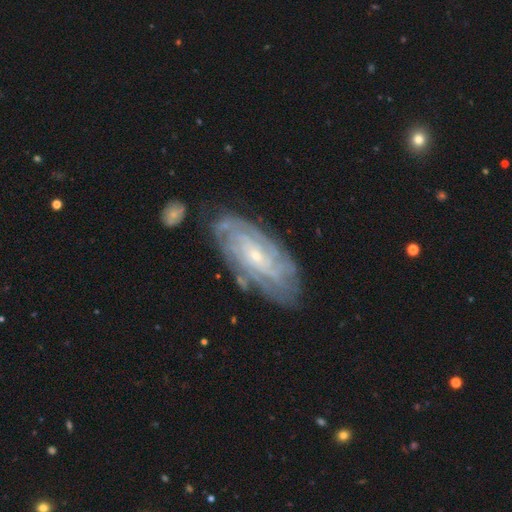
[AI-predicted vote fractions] Smooth or featured?
  - featured or disk: 84% *
  - smooth: 10%
  - star or artifact: 6%
Edge-on disk?
  - no: 93% *
  - yes: 7%
Bar?
  - no: 65% *
  - weak: 27%
  - strong: 8%
Spiral arms?
  - yes: 94% *
  - no: 6%
Spiral winding?
  - tight: 75% *
  - medium: 20%
  - loose: 5%
Spiral arm count?
  - can't tell: 40% *
  - 4: 20%
  - 3: 12%
  - 2: 12%
  - more than 4: 11%
  - 1: 5%
Bulge size?
  - small: 81% *
  - moderate: 16%
  - none: 2%
  - large: 1%
  - dominant: 1%
Merging?
  - none: 75% *
  - minor disturbance: 16%
  - major disturbance: 5%
  - merger: 4%